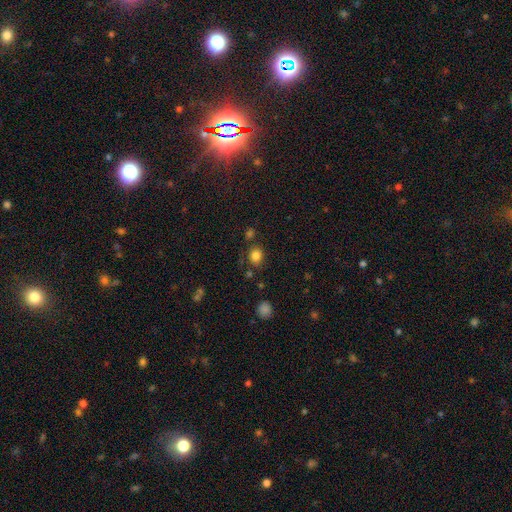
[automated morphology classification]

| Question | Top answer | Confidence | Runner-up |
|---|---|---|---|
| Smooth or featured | smooth | 82% | star or artifact (12%) |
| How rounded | round | 70% | in between (29%) |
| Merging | none | 77% | minor disturbance (12%) |